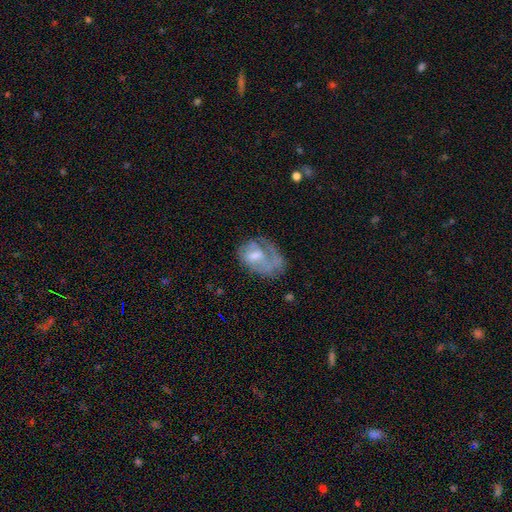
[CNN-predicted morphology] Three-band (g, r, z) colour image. It shows a featured or disk galaxy (52%). Merging: major disturbance (37%).